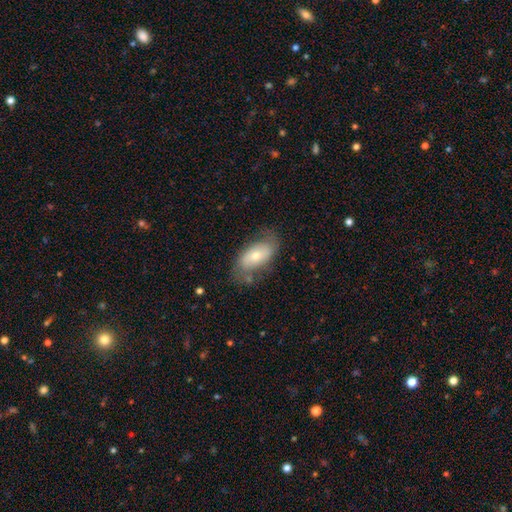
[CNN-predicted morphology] smooth 50%, featured or disk 43%, star or artifact 7%. Down the decision tree: how rounded — in between (92%); merging — none (62%).